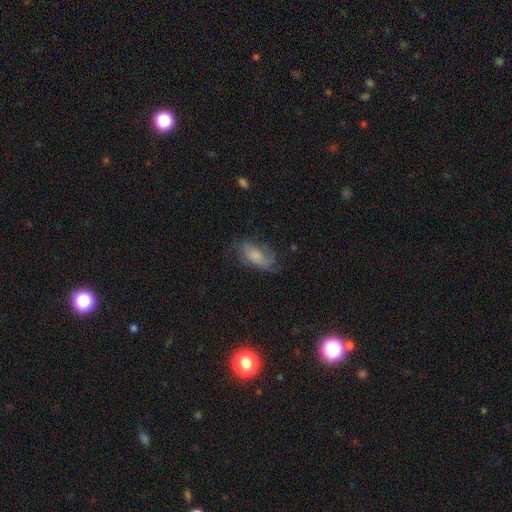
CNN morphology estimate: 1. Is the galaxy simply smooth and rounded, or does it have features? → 51% featured or disk, 40% smooth, 9% star or artifact.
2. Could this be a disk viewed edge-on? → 92% no, 8% yes.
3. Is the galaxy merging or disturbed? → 56% none, 25% minor disturbance, 18% major disturbance, 2% merger.